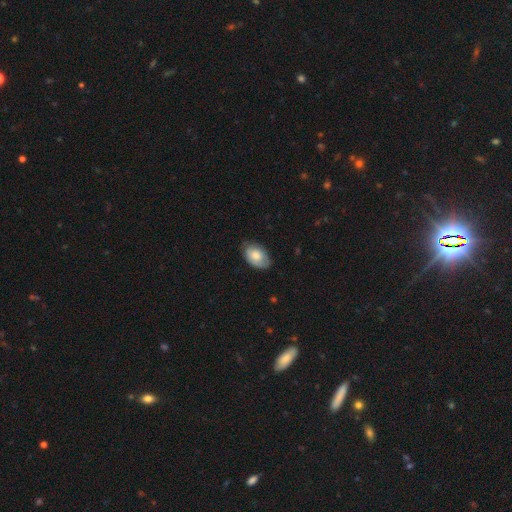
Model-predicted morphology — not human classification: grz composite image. It shows a smooth galaxy with no disk features (71%) that is in between round and cigar-shaped (91%). Merging: none (69%).